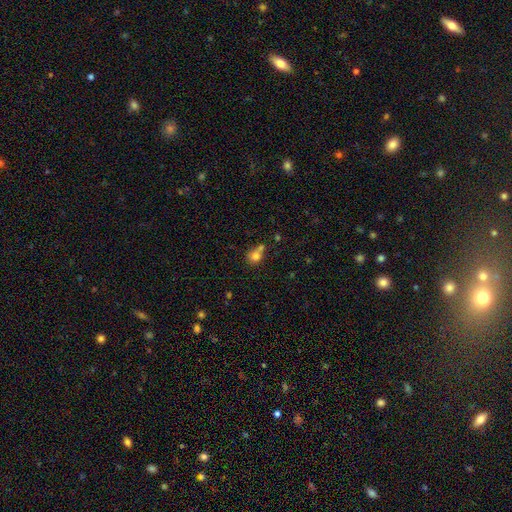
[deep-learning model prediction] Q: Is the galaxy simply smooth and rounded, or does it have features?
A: smooth — 78%.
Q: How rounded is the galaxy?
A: round — 79%.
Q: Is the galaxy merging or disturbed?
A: none — 46%.